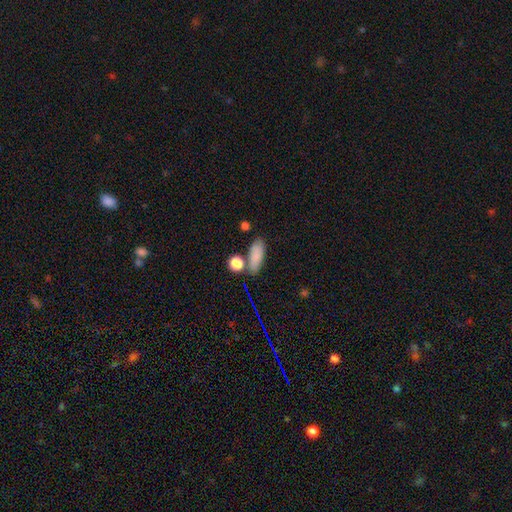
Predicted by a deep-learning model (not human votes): Overall: smooth (83%). How rounded: in between (66%; cigar-shaped 28%). Merging: none (66%).